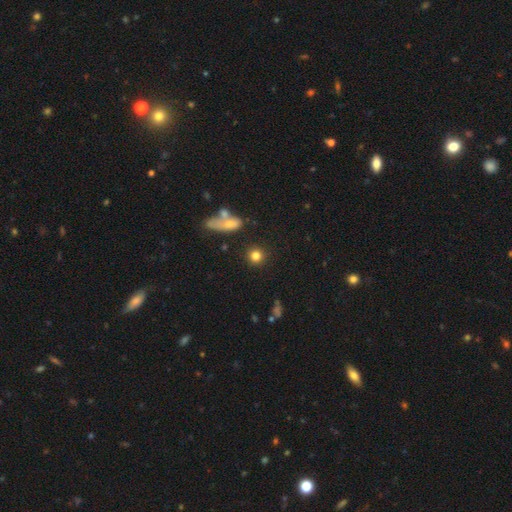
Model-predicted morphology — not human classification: This appears to be a smooth galaxy with no disk features (81%) that is round (89%). Merging: none (85%).